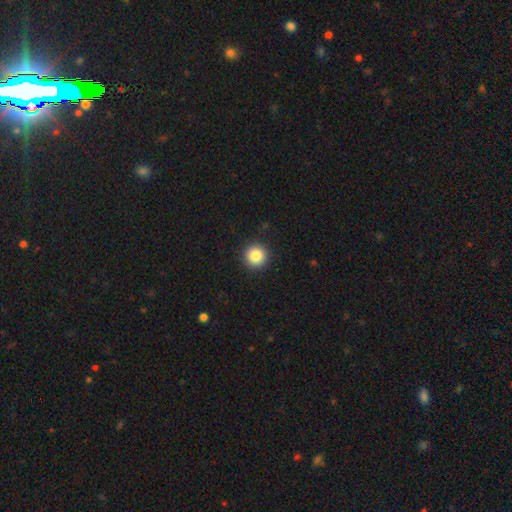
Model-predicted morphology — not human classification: smooth-or-featured: smooth: 86% | star or artifact: 10% | featured or disk: 5%
  how-rounded: round: 96% | in between: 3% | cigar-shaped: 1%
  merging: none: 93% | minor disturbance: 5% | major disturbance: 2% | merger: 1%